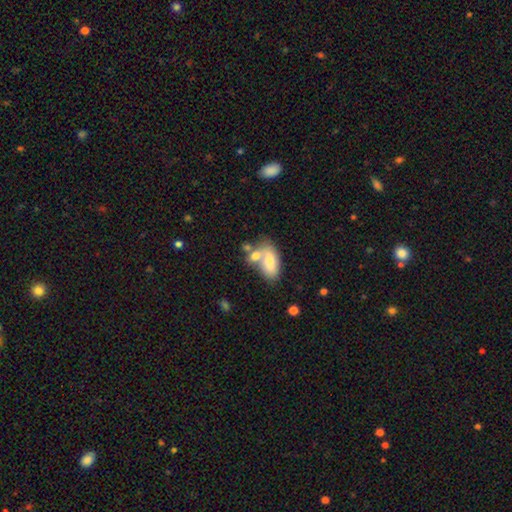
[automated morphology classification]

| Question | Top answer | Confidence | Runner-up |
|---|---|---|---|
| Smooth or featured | smooth | 72% | featured or disk (21%) |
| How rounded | in between | 86% | cigar-shaped (8%) |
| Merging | merger | 46% | none (35%) |